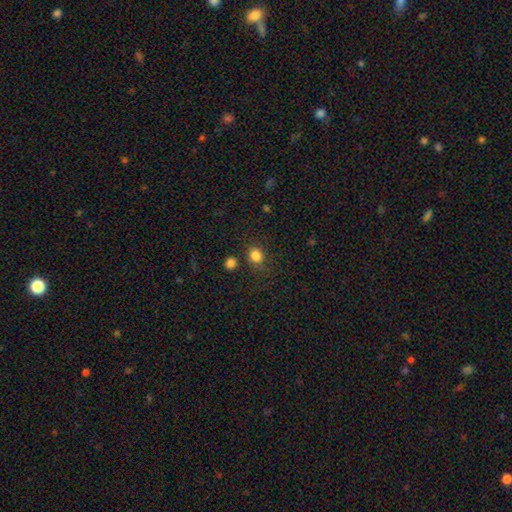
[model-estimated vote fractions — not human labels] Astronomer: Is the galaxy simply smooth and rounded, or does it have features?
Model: smooth — 82%.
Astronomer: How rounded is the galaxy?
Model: round — 74%.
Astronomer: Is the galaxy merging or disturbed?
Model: none — 71%.